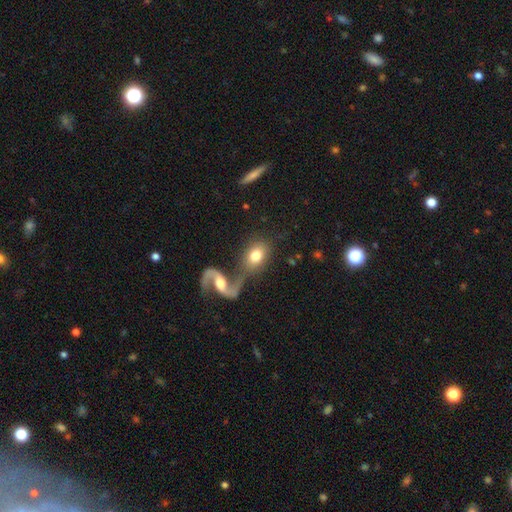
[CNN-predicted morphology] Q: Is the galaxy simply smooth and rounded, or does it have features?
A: smooth — 65%.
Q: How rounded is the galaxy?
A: in between — 75%.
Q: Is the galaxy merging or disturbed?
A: none — 47%.